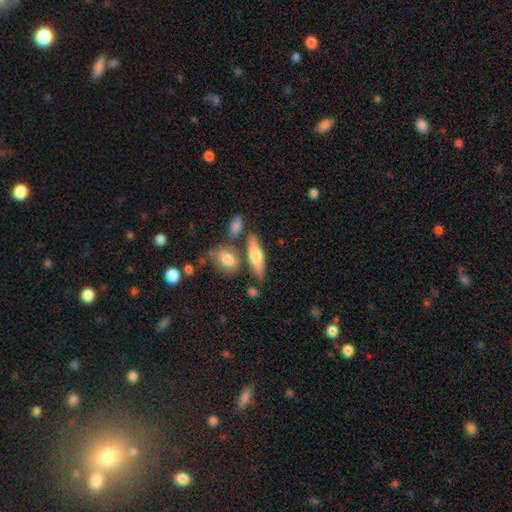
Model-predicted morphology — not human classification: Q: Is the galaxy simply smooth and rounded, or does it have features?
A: smooth — 58%.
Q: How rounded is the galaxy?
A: in between — 50%.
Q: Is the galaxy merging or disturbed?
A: none — 68%.